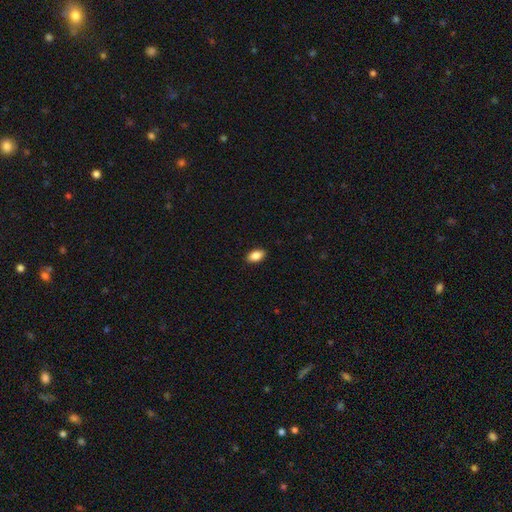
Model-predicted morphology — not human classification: type=smooth (87%); roundness=in between (92%); merging=none (90%).